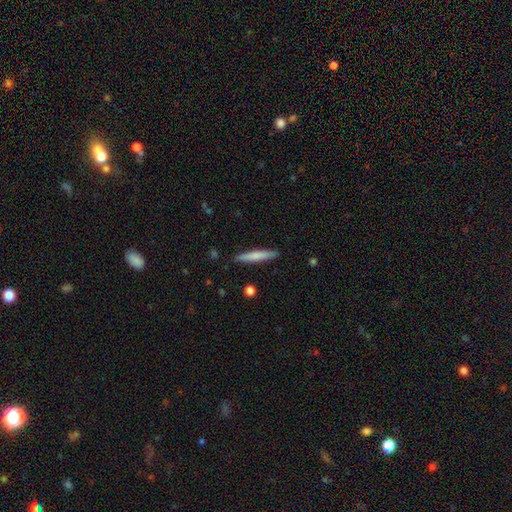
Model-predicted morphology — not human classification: A smooth galaxy with no disk features (70%) that is cigar-shaped (94%).

Vote fractions:
- Smooth or featured? smooth: 70% / featured or disk: 24% / star or artifact: 6%
- How rounded? cigar-shaped: 94% / in between: 5% / round: 1%
- Merging? none: 90% / minor disturbance: 7% / major disturbance: 2% / merger: 1%